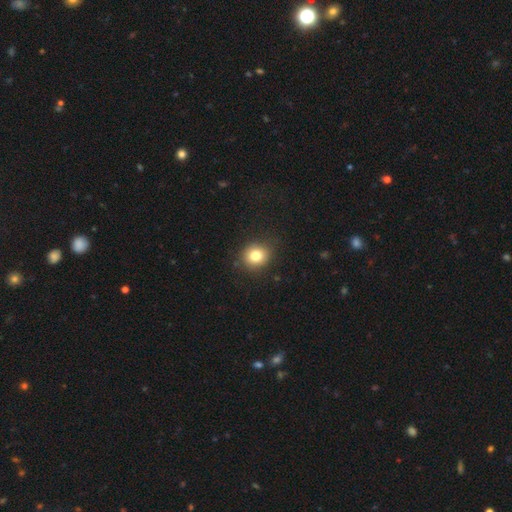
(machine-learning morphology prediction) smooth_or_featured: smooth (p=0.80) [alt: star or artifact p=0.11]
how_rounded: round (p=0.79) [alt: in between p=0.20]
merging: none (p=0.86) [alt: minor disturbance p=0.10]